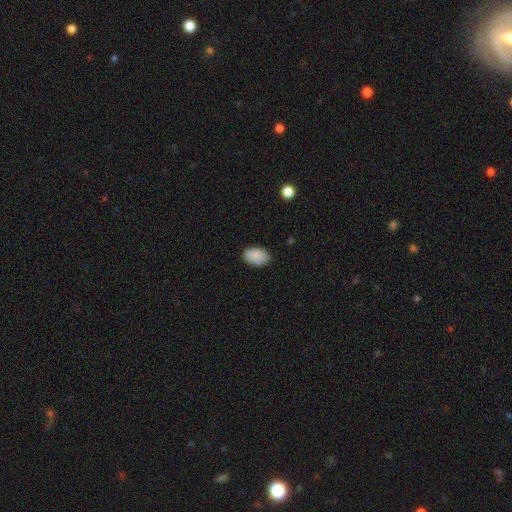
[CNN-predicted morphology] smooth-or-featured: smooth: 89% | star or artifact: 7% | featured or disk: 3%
  how-rounded: in between: 89% | round: 10% | cigar-shaped: 1%
  merging: none: 83% | minor disturbance: 13% | major disturbance: 3% | merger: 1%